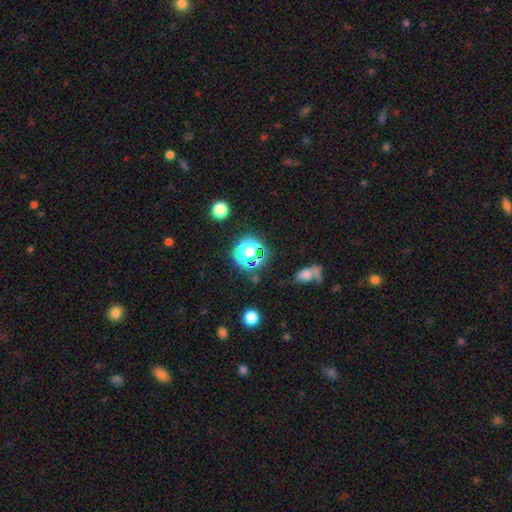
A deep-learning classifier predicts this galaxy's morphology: smooth-or-featured: star or artifact: 47% | smooth: 43% | featured or disk: 11%